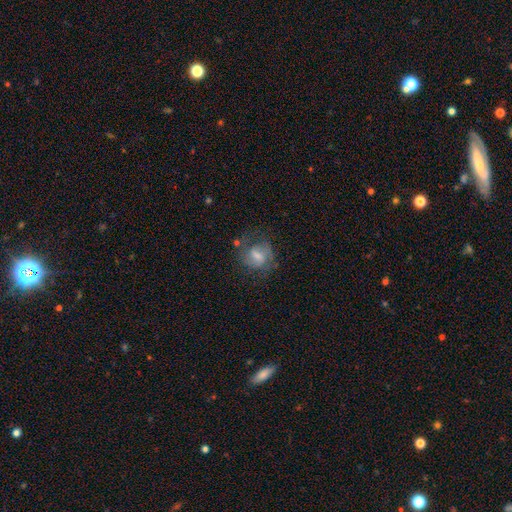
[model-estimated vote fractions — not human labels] Smooth or featured: featured or disk — 46% (smooth — 39%)
Merging: none — 63% (minor disturbance — 20%)